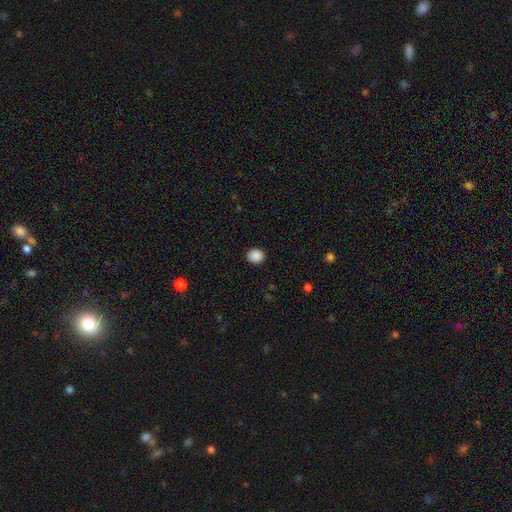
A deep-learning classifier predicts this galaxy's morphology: A smooth galaxy with no disk features (89%) that is round (71%).

Vote fractions:
- Smooth or featured? smooth: 89% / star or artifact: 9% / featured or disk: 2%
- How rounded? round: 71% / in between: 28% / cigar-shaped: 1%
- Merging? none: 90% / minor disturbance: 7% / major disturbance: 2% / merger: 1%